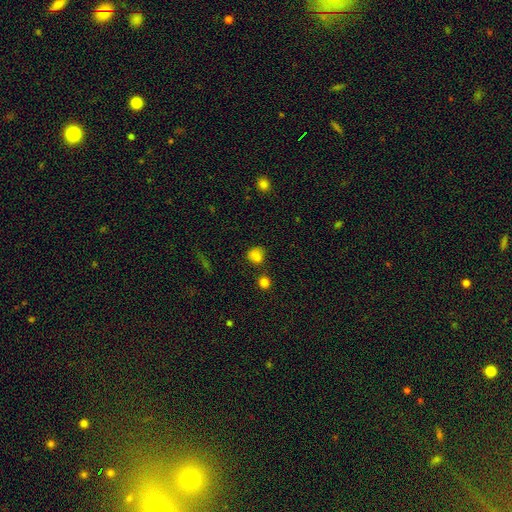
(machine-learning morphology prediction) Smooth or featured? Predicted: smooth (p=0.75). How rounded? Predicted: round (p=0.65). Merging? Predicted: none (p=0.59).